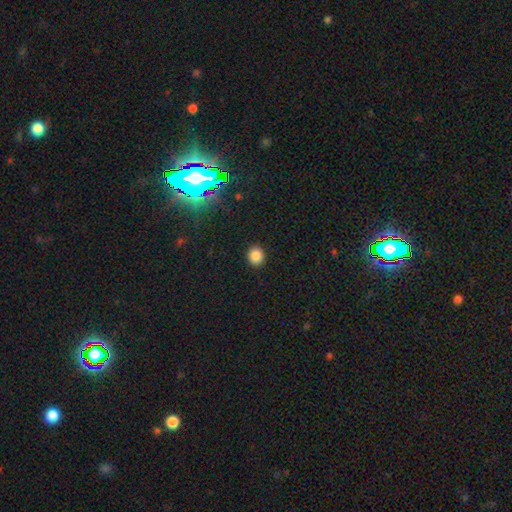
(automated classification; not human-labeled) Smooth or featured? Predicted: smooth (p=0.84). How rounded? Predicted: round (p=0.84). Merging? Predicted: none (p=0.91).